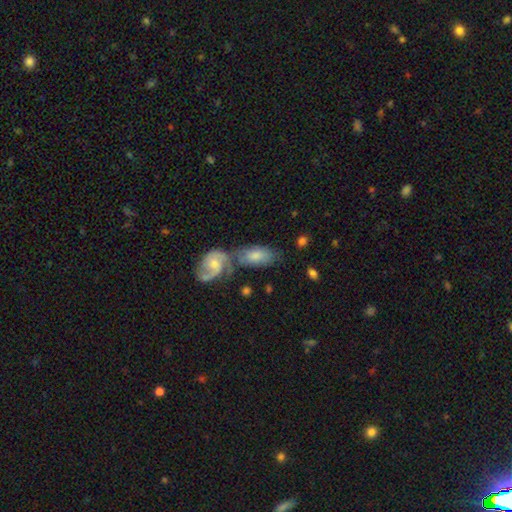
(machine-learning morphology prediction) The model was most divided on "merging": merger: 46%, none: 32%, minor disturbance: 15%, major disturbance: 7%. More confident: how rounded — in between (90%); smooth or featured — smooth (58%).